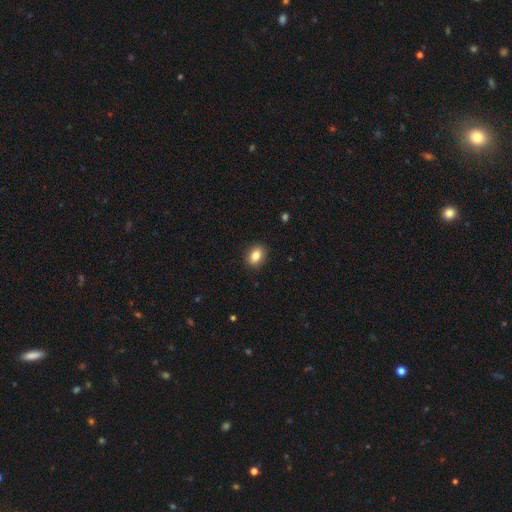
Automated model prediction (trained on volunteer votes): Smooth or featured? smooth (82%)
How rounded? in between (77%)
Merging? none (90%)